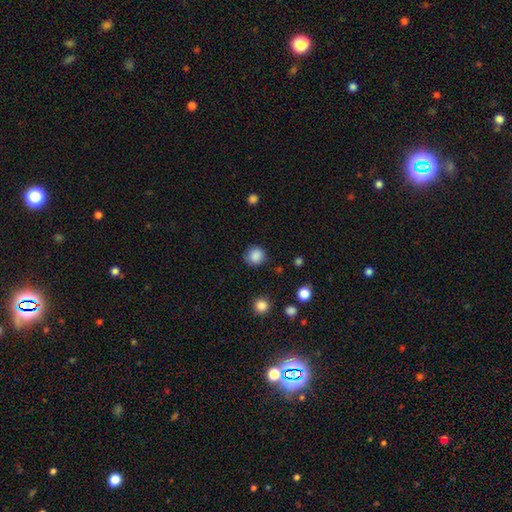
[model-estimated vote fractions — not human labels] This appears to be a smooth galaxy with no disk features (86%) that is round (89%). Merging: none (86%).